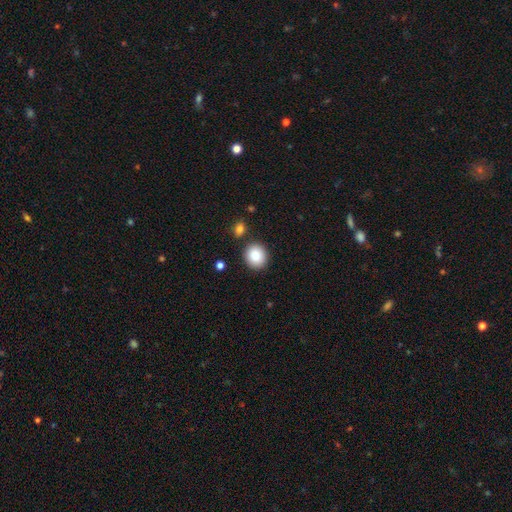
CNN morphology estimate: This appears to be a smooth galaxy with no disk features (85%) that is round (86%). Merging: none (86%).